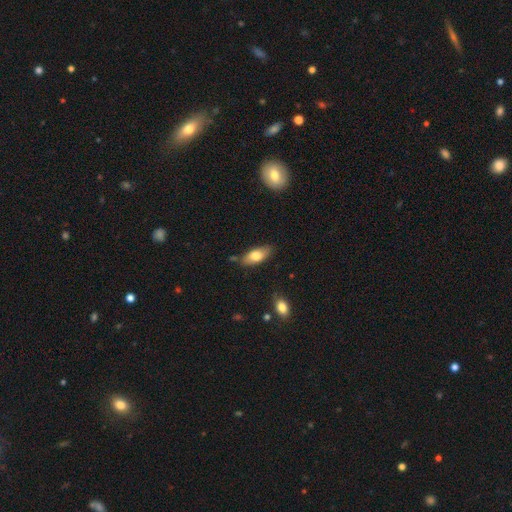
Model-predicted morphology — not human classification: A smooth galaxy with no disk features (75%) that is in between round and cigar-shaped (82%).

Vote fractions:
- Smooth or featured? smooth: 75% / featured or disk: 19% / star or artifact: 6%
- How rounded? in between: 82% / cigar-shaped: 15% / round: 3%
- Merging? none: 79% / minor disturbance: 15% / merger: 3% / major disturbance: 3%